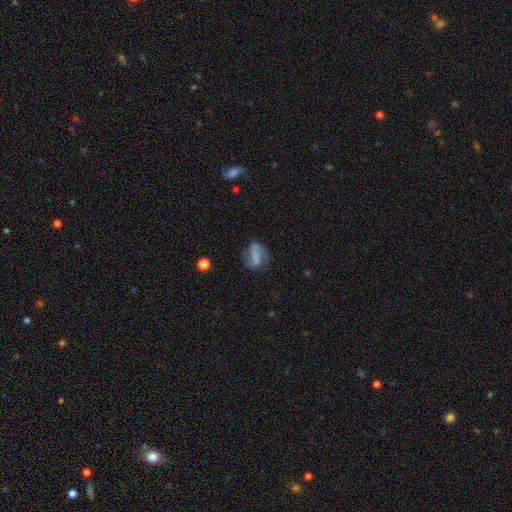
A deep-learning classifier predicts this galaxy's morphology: Smooth or featured? Predicted: smooth (p=0.50). Merging? Predicted: none (p=0.45).